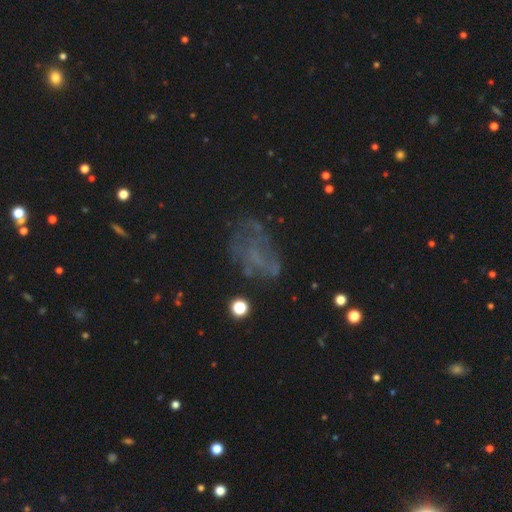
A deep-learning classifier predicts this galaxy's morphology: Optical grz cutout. It shows a featured or disk galaxy (47%). Merging: none (49%).